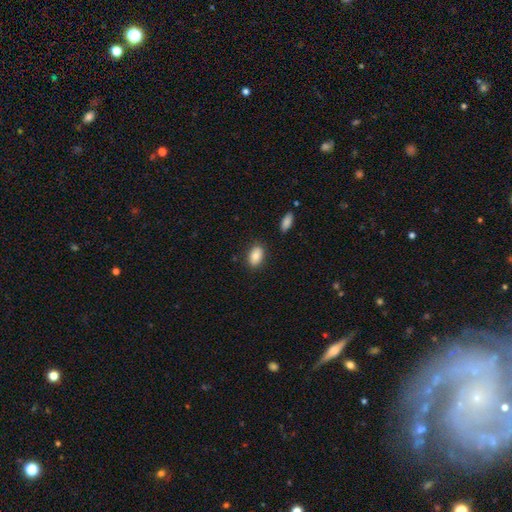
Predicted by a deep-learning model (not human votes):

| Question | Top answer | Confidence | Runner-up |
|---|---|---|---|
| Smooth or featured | smooth | 85% | featured or disk (8%) |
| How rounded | in between | 90% | round (9%) |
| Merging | none | 83% | minor disturbance (11%) |